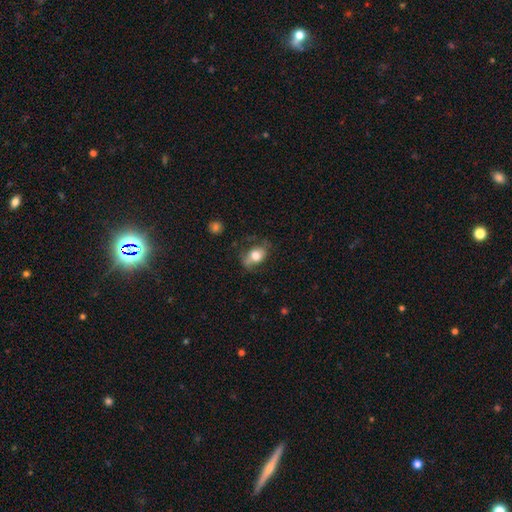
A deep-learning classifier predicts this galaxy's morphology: A smooth galaxy with no disk features (68%) that is in between round and cigar-shaped (71%). Merging: none (54%).